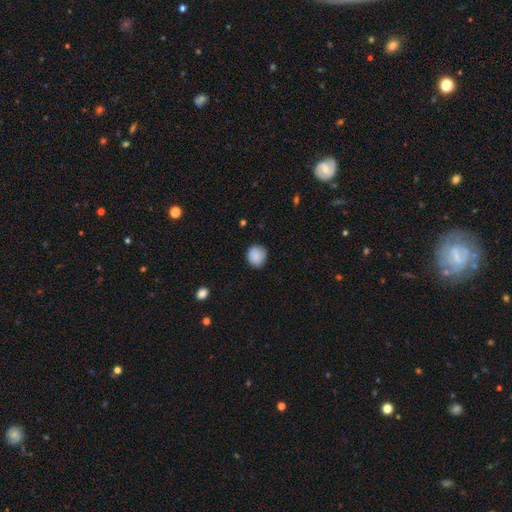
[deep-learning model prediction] Q: Smooth or featured?
A: smooth (87%); runner-up: star or artifact (8%)
Q: How rounded?
A: round (84%); runner-up: in between (15%)
Q: Merging?
A: none (82%); runner-up: minor disturbance (14%)